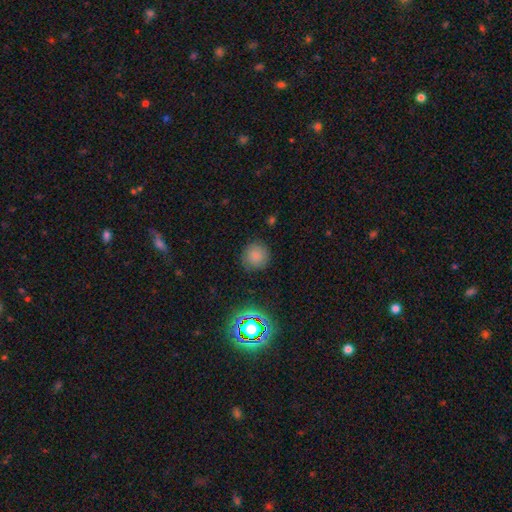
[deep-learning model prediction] A smooth galaxy with no disk features (80%) that is round (94%).

Vote fractions:
- Smooth or featured? smooth: 80% / star or artifact: 14% / featured or disk: 6%
- How rounded? round: 94% / in between: 5% / cigar-shaped: 1%
- Merging? none: 86% / minor disturbance: 10% / major disturbance: 3% / merger: 1%